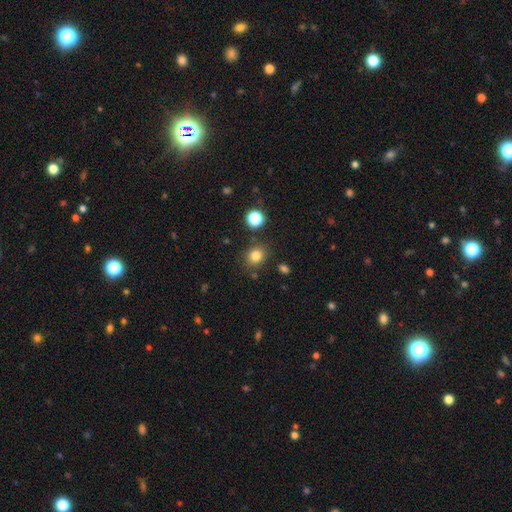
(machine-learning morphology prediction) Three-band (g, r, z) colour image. It shows a smooth galaxy with no disk features (81%) that is round (70%). Merging: none (81%).